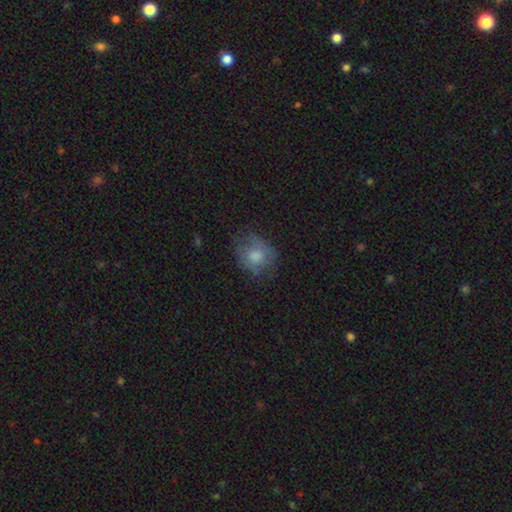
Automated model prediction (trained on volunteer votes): This appears to be a smooth galaxy with no disk features (70%) that is round (64%). Merging: none (55%).